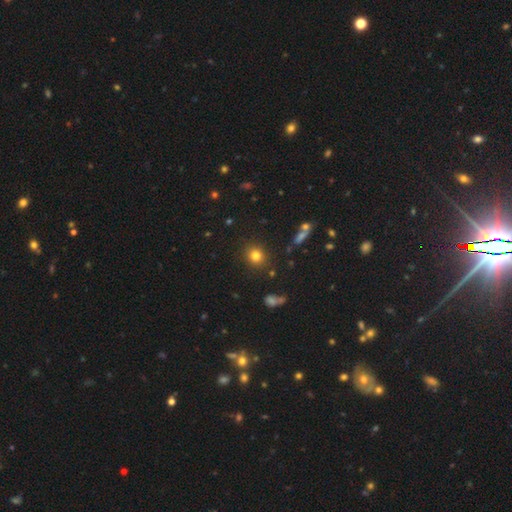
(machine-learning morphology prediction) Q: Smooth or featured?
A: smooth (80%); runner-up: star or artifact (13%)
Q: How rounded?
A: round (82%); runner-up: in between (17%)
Q: Merging?
A: none (88%); runner-up: minor disturbance (7%)